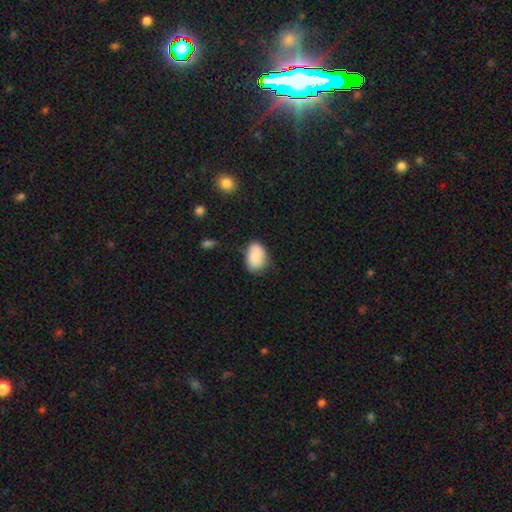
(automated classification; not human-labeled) Q: Smooth or featured?
A: smooth (87%); runner-up: featured or disk (7%)
Q: How rounded?
A: in between (86%); runner-up: round (13%)
Q: Merging?
A: none (69%); runner-up: minor disturbance (24%)